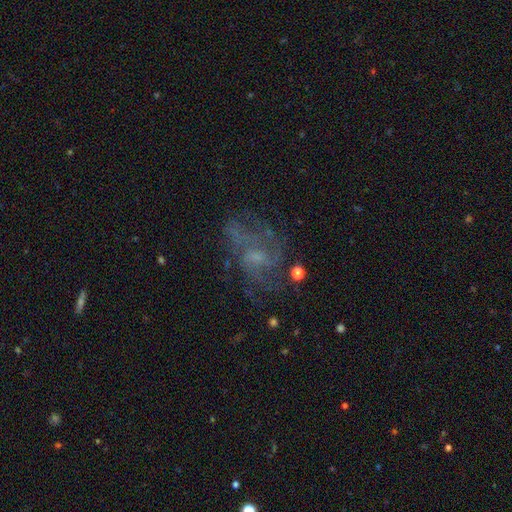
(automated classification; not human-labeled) Smooth or featured: featured or disk — 66% (smooth — 17%)
Edge-on disk: no — 97% (yes — 3%)
Bar: no — 58% (weak — 36%)
Spiral arms: yes — 68% (no — 32%)
Bulge size: small — 48% (none — 25%)
Merging: none — 53% (major disturbance — 24%)